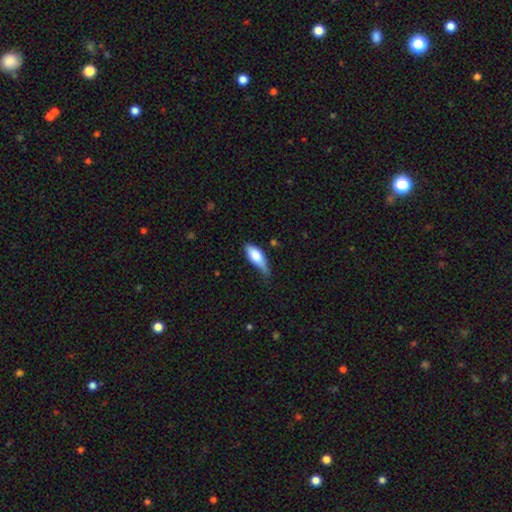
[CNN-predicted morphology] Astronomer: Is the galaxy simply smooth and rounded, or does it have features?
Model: smooth — 77%.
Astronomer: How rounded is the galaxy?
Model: in between — 73%.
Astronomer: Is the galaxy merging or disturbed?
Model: minor disturbance — 48% (runner-up: none, 35%).